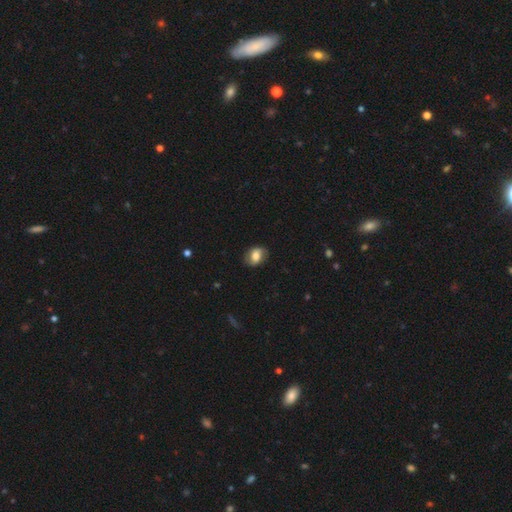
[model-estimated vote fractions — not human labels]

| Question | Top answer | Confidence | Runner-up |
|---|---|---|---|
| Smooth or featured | smooth | 62% | featured or disk (30%) |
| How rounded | in between | 65% | round (33%) |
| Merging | none | 81% | minor disturbance (14%) |